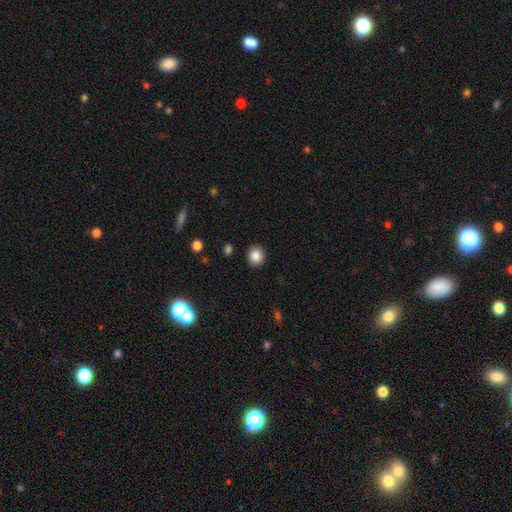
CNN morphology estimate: Q: Smooth or featured?
A: smooth (86%); runner-up: star or artifact (9%)
Q: How rounded?
A: round (66%); runner-up: in between (33%)
Q: Merging?
A: none (89%); runner-up: minor disturbance (7%)